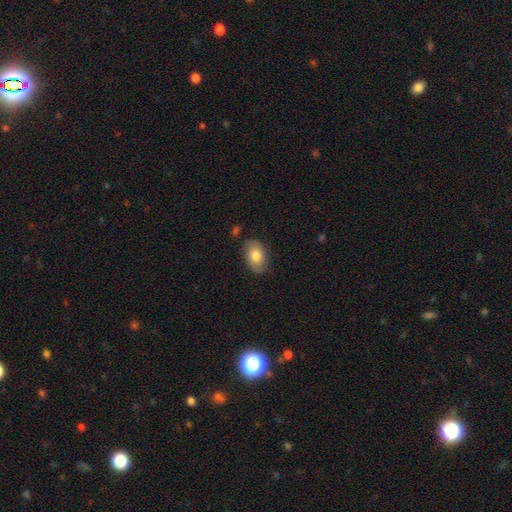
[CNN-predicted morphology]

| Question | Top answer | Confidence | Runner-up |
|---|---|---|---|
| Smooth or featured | smooth | 76% | featured or disk (17%) |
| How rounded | in between | 86% | round (12%) |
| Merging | none | 79% | minor disturbance (16%) |